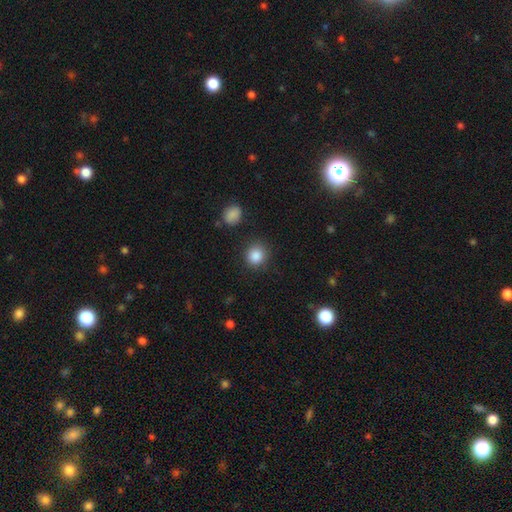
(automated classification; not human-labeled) smooth_or_featured: smooth (p=0.87) [alt: star or artifact p=0.09]
how_rounded: round (p=0.88) [alt: in between p=0.11]
merging: none (p=0.86) [alt: minor disturbance p=0.08]